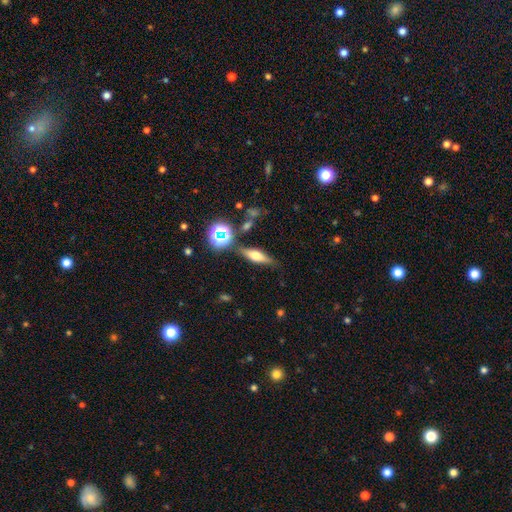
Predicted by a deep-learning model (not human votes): Overall: smooth (47%; featured or disk 40%). Merging: none (79%).